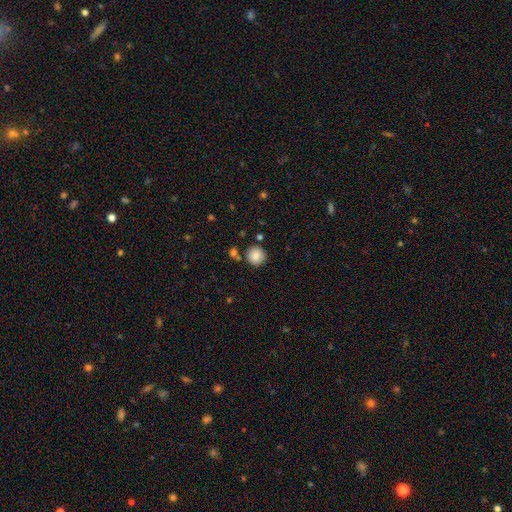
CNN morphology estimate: A smooth galaxy with no disk features (85%) that is round (94%).

Vote fractions:
- Smooth or featured? smooth: 85% / star or artifact: 9% / featured or disk: 6%
- How rounded? round: 94% / in between: 5% / cigar-shaped: 1%
- Merging? none: 83% / minor disturbance: 9% / merger: 6% / major disturbance: 2%